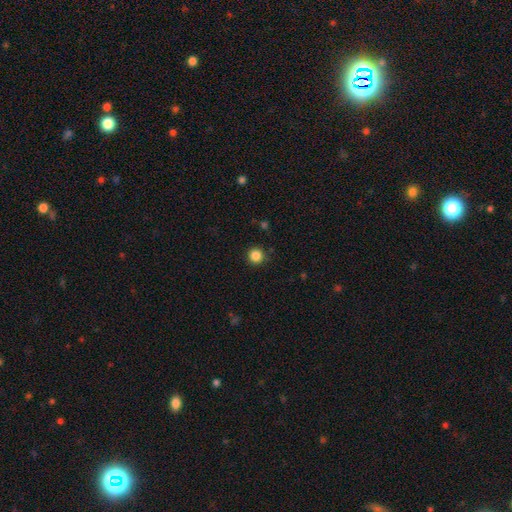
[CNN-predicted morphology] Overall: smooth (86%). How rounded: round (95%). Merging: none (91%).